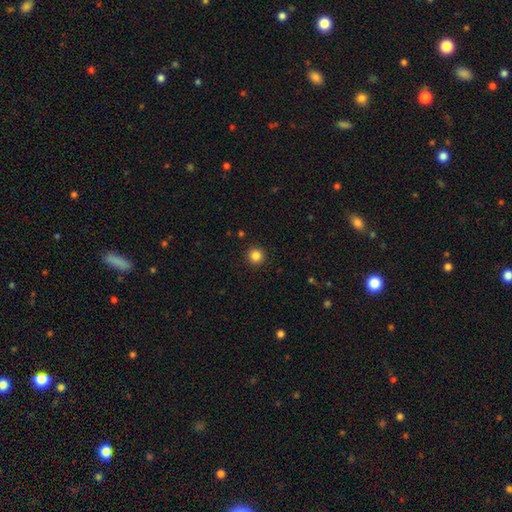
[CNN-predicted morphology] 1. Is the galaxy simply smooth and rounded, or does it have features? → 85% smooth, 12% star or artifact, 4% featured or disk.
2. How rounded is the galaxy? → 96% round, 3% in between, 1% cigar-shaped.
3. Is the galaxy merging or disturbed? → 93% none, 4% minor disturbance, 2% major disturbance, 1% merger.